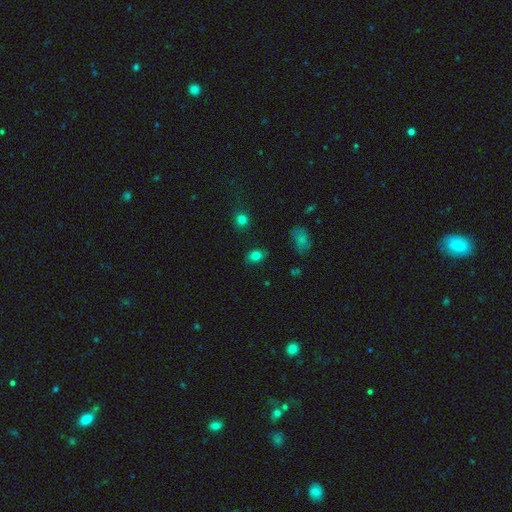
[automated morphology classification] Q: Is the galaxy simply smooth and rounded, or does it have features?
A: smooth — 81%.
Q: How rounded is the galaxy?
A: in between — 71%.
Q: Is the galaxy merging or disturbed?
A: none — 83%.